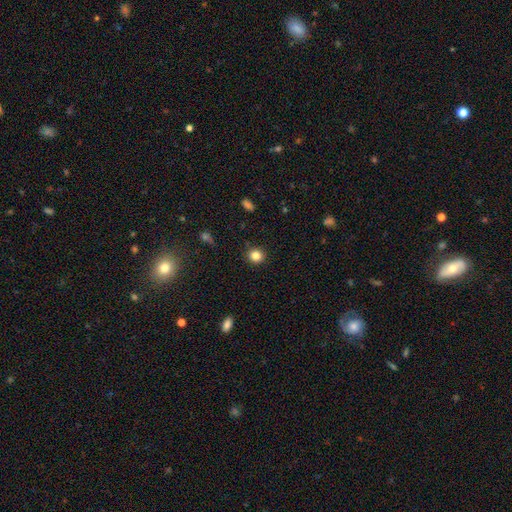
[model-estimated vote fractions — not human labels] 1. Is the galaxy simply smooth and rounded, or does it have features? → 83% smooth, 12% star or artifact, 5% featured or disk.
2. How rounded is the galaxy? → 89% round, 10% in between, 1% cigar-shaped.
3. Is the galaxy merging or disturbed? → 90% none, 6% minor disturbance, 2% major disturbance, 1% merger.